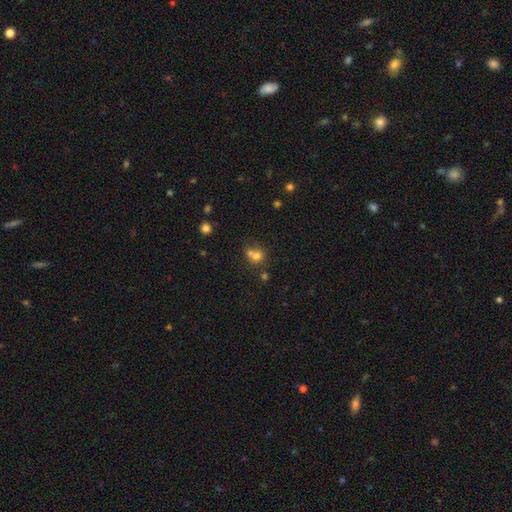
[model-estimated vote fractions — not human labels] smooth-or-featured: smooth: 70% | star or artifact: 16% | featured or disk: 14%
  how-rounded: round: 78% | in between: 21% | cigar-shaped: 1%
  merging: merger: 51% | none: 37% | minor disturbance: 8% | major disturbance: 4%